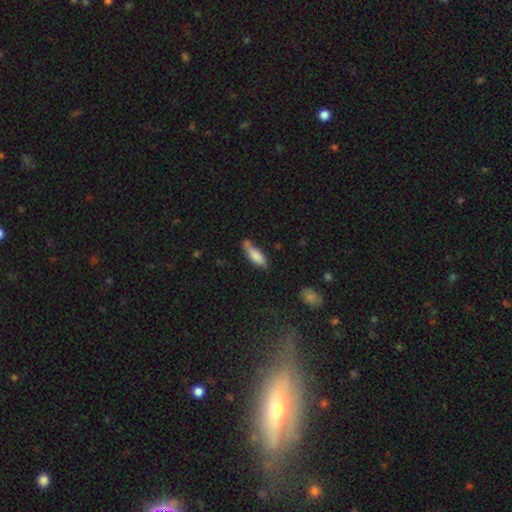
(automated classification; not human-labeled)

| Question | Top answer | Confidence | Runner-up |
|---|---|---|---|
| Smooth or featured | smooth | 79% | featured or disk (15%) |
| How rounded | cigar-shaped | 49% | tied: in between (49%) |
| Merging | none | 57% | minor disturbance (28%) |